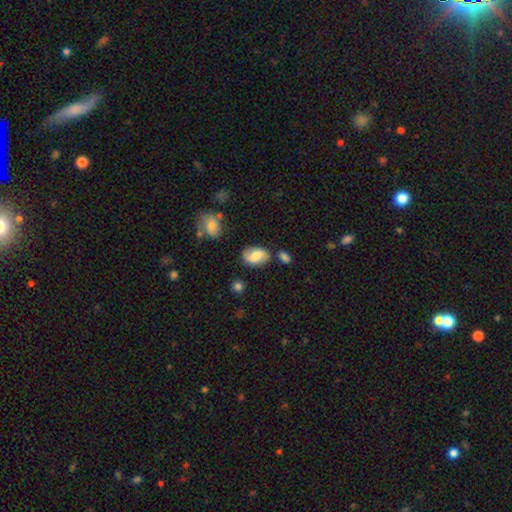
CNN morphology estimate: Smooth or featured: featured or disk — 46% (tied with smooth — 46%)
Merging: none — 69% (minor disturbance — 19%)